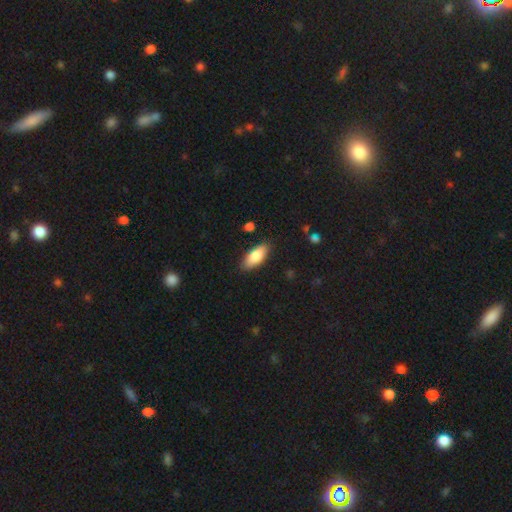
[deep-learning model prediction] A smooth galaxy with no disk features (84%) that is in between round and cigar-shaped (82%).

Vote fractions:
- Smooth or featured? smooth: 84% / featured or disk: 10% / star or artifact: 6%
- How rounded? in between: 82% / cigar-shaped: 16% / round: 2%
- Merging? none: 85% / minor disturbance: 11% / major disturbance: 2% / merger: 1%